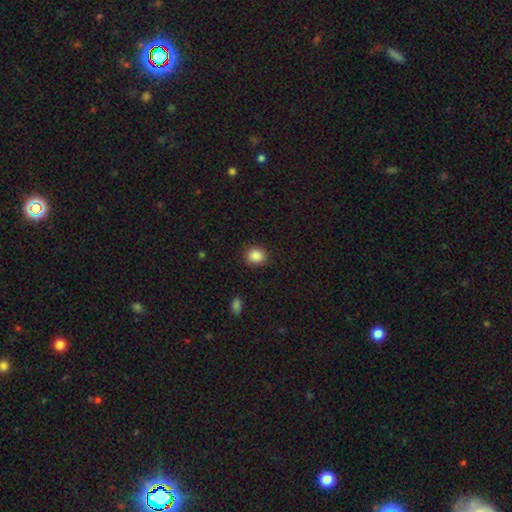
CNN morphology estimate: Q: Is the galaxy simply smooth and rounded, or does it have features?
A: smooth — 87%.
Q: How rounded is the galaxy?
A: round — 77%.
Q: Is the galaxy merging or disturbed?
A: none — 89%.